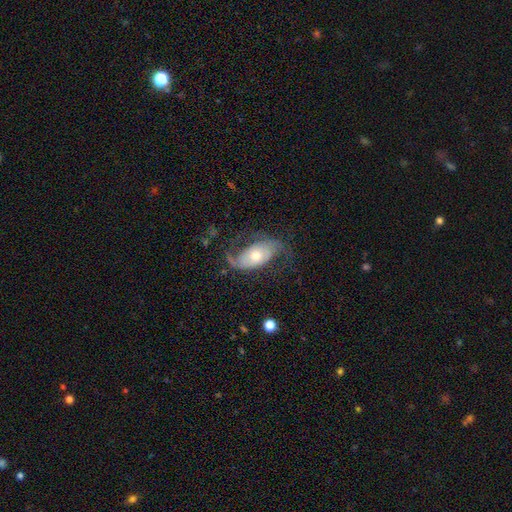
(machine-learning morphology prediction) This is likely a featured or disk galaxy (73%). It is clearly not viewed edge-on (94%). Bar: likely no (68%). Spiral arm pattern: clearly yes (88%). Spiral arm count: clearly 2 (80%). Spiral winding: possibly loose (52%). Central bulge: likely moderate (64%). Merging: possibly none (56%).